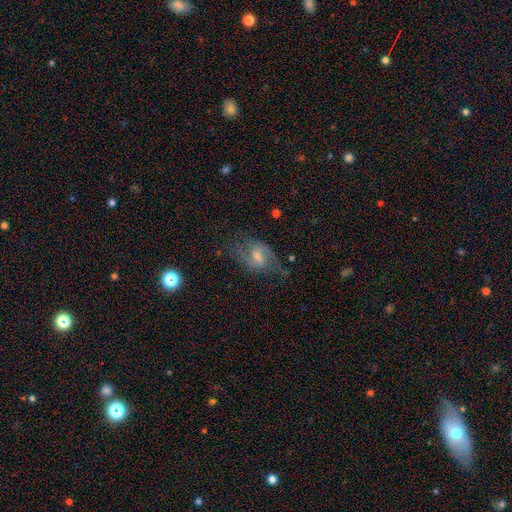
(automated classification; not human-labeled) Q: Smooth or featured?
A: featured or disk (74%); runner-up: smooth (15%)
Q: Edge-on disk?
A: no (96%); runner-up: yes (4%)
Q: Bar?
A: weak (54%); runner-up: no (31%)
Q: Spiral arms?
A: yes (90%); runner-up: no (10%)
Q: Spiral winding?
A: medium (46%); runner-up: loose (38%)
Q: Spiral arm count?
A: 2 (81%); runner-up: can't tell (10%)
Q: Bulge size?
A: moderate (47%); runner-up: small (41%)
Q: Merging?
A: none (65%); runner-up: minor disturbance (19%)